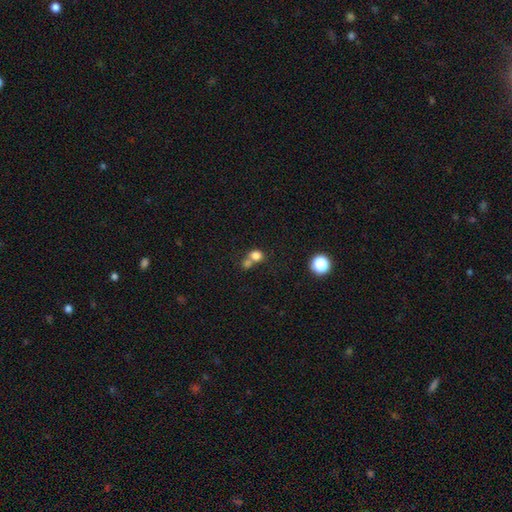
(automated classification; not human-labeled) A smooth galaxy with no disk features (78%) that is round (70%). Merging: merger (52%).